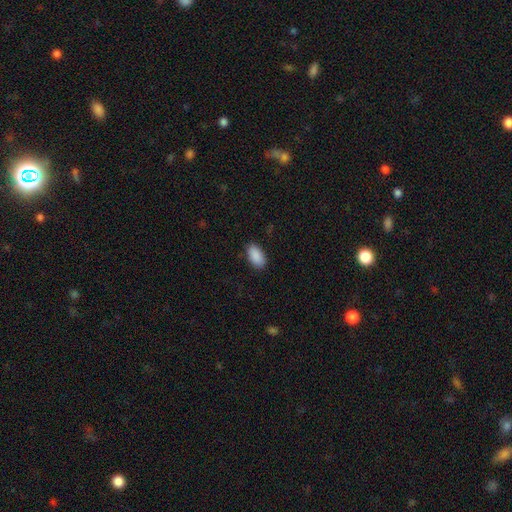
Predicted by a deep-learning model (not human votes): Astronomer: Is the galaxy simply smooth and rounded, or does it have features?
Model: smooth — 91%.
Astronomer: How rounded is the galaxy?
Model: in between — 94%.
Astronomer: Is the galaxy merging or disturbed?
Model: none — 87%.